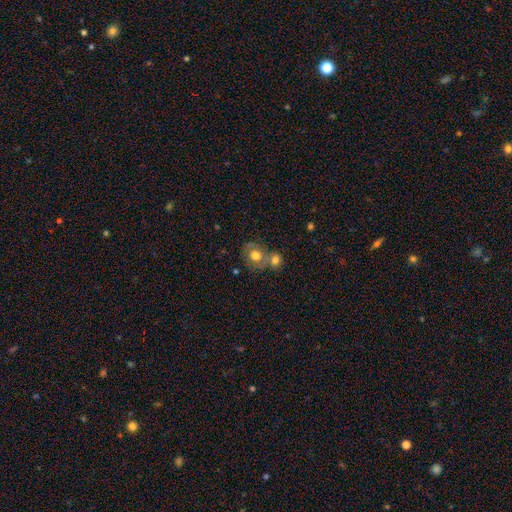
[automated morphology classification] Smooth or featured? smooth (66%)
How rounded? round (73%)
Merging? none (45%)